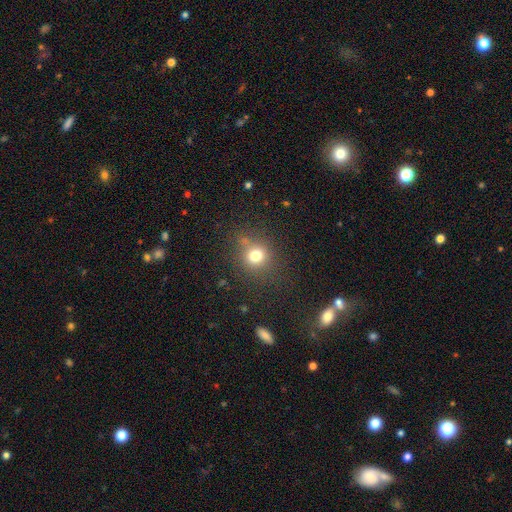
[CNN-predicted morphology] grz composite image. It shows a smooth galaxy with no disk features (75%) that is round (82%). Merging: none (74%).